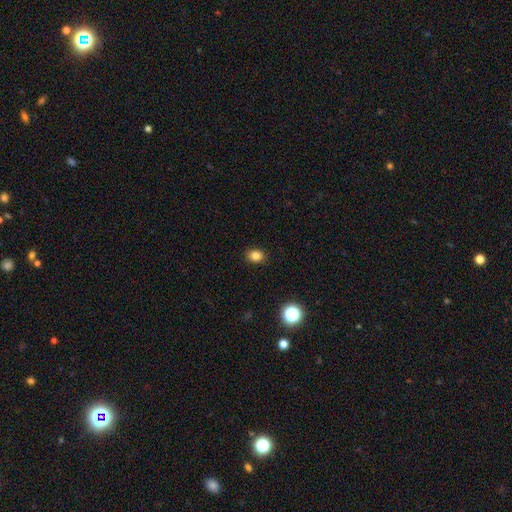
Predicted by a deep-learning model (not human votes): Overall: smooth (83%). How rounded: in between (57%; round 42%). Merging: none (89%).